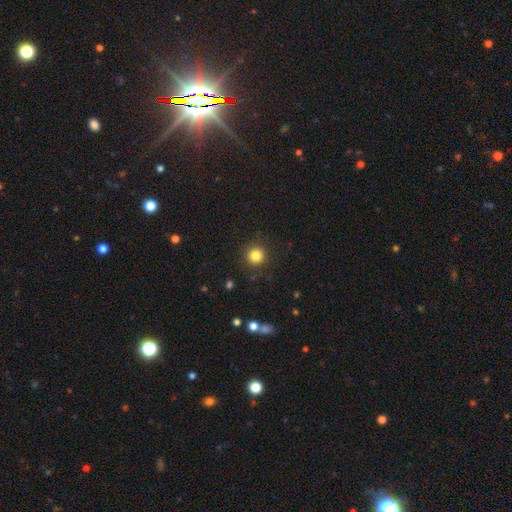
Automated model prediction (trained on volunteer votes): smooth_or_featured: smooth (p=0.82) [alt: star or artifact p=0.12]
how_rounded: round (p=0.94) [alt: in between p=0.05]
merging: none (p=0.89) [alt: minor disturbance p=0.07]